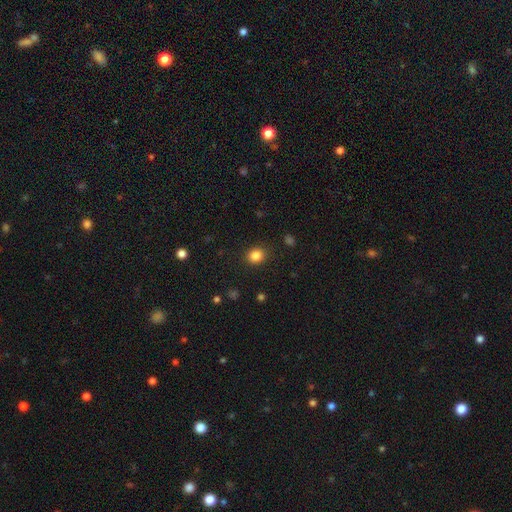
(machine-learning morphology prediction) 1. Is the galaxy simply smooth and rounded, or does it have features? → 84% smooth, 11% star or artifact, 4% featured or disk.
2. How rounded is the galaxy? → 69% round, 30% in between, 1% cigar-shaped.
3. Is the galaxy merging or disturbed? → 88% none, 8% minor disturbance, 3% major disturbance, 1% merger.